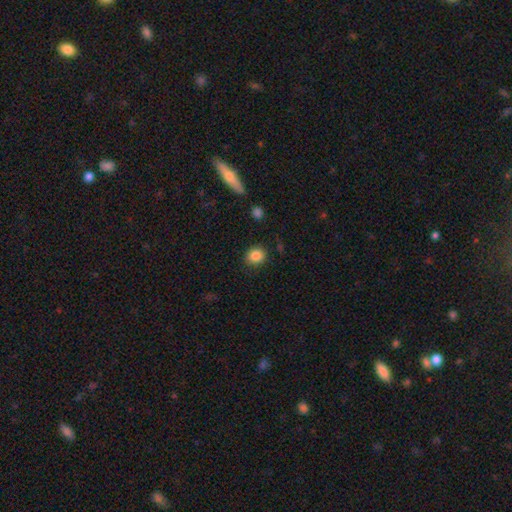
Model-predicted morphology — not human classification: Q: Smooth or featured?
A: smooth (86%); runner-up: star or artifact (9%)
Q: How rounded?
A: round (76%); runner-up: in between (23%)
Q: Merging?
A: none (86%); runner-up: minor disturbance (9%)